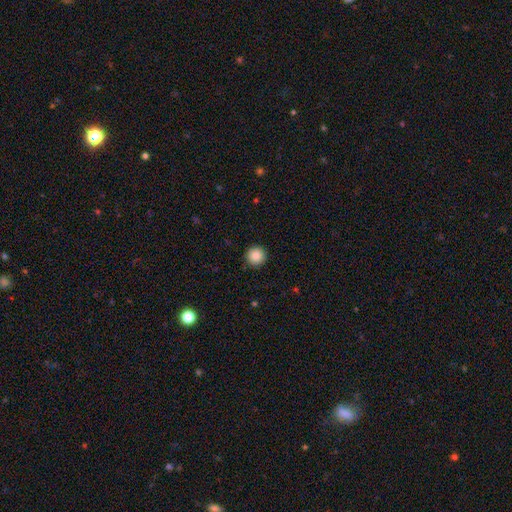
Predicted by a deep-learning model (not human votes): smooth_or_featured: smooth (p=0.87) [alt: star or artifact p=0.09]
how_rounded: round (p=0.96) [alt: in between p=0.03]
merging: none (p=0.92) [alt: minor disturbance p=0.05]